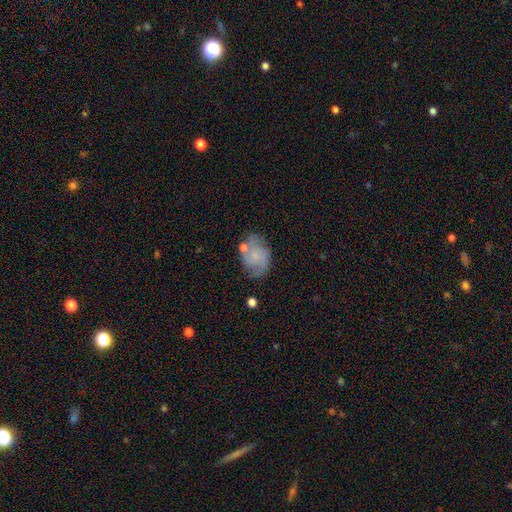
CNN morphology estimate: featured or disk 57%, smooth 34%, star or artifact 8%. Down the decision tree: edge-on disk — no (97%); bar — no (71%); spiral arms — yes (83%); bulge size — small (51%); merging — none (60%).